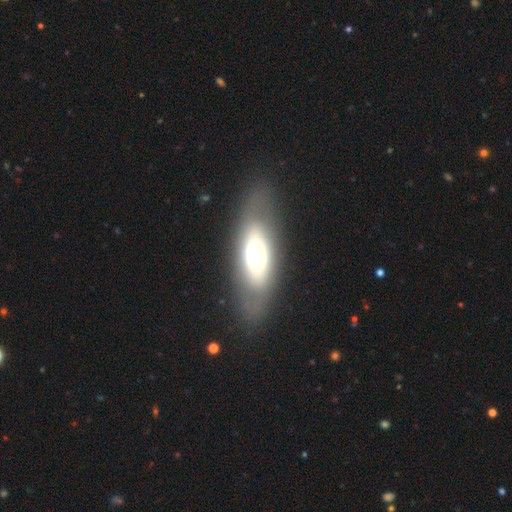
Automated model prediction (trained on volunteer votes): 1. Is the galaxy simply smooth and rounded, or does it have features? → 53% featured or disk, 40% smooth, 7% star or artifact.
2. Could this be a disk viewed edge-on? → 77% no, 23% yes.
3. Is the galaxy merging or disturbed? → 77% none, 13% minor disturbance, 8% major disturbance, 1% merger.